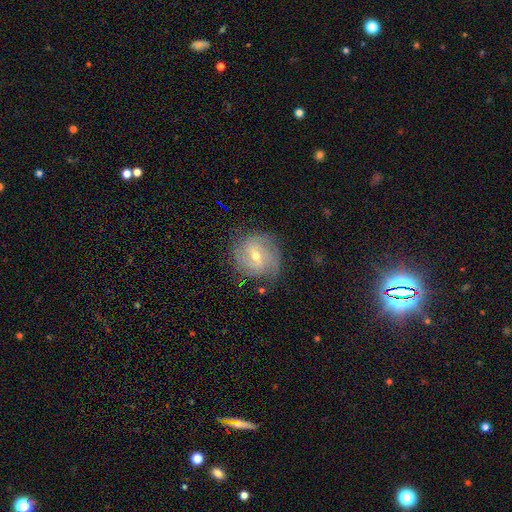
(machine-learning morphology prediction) smooth_or_featured: featured or disk (p=0.79) [alt: smooth p=0.14]
disk_edge_on: no (p=0.97) [alt: yes p=0.03]
bar: weak (p=0.51) [alt: no p=0.33]
has_spiral_arms: yes (p=0.94) [alt: no p=0.06]
spiral_winding: tight (p=0.61) [alt: medium p=0.31]
spiral_arm_count: can't tell (p=0.29) [alt: 3 p=0.26]
bulge_size: moderate (p=0.50) [alt: small p=0.47]
merging: none (p=0.76) [alt: minor disturbance p=0.17]